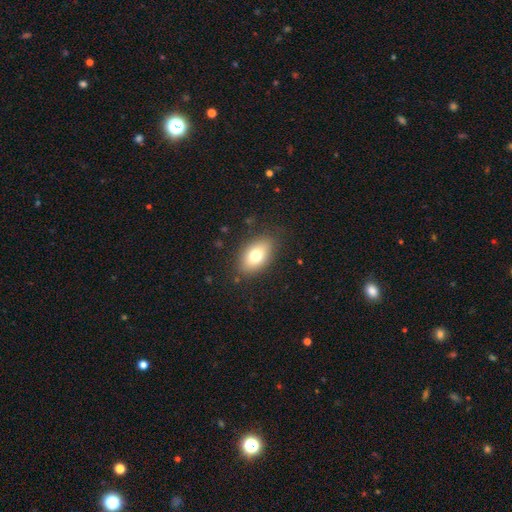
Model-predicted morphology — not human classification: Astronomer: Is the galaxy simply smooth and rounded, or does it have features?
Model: smooth — 74%.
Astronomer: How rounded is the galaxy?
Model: in between — 87%.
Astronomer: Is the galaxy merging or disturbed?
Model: none — 83%.